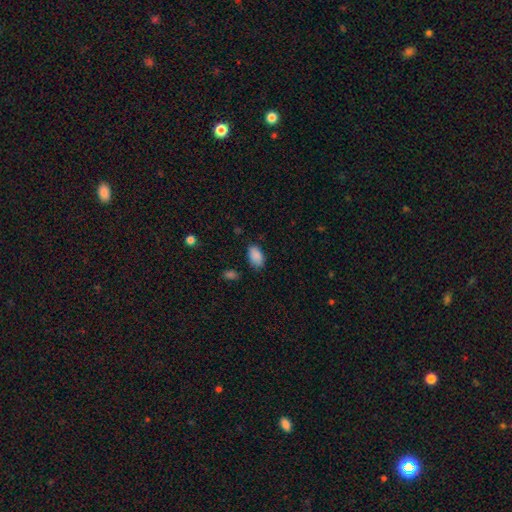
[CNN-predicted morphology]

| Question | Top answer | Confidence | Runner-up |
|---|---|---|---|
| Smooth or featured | smooth | 88% | star or artifact (8%) |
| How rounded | in between | 93% | round (5%) |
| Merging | none | 77% | minor disturbance (17%) |